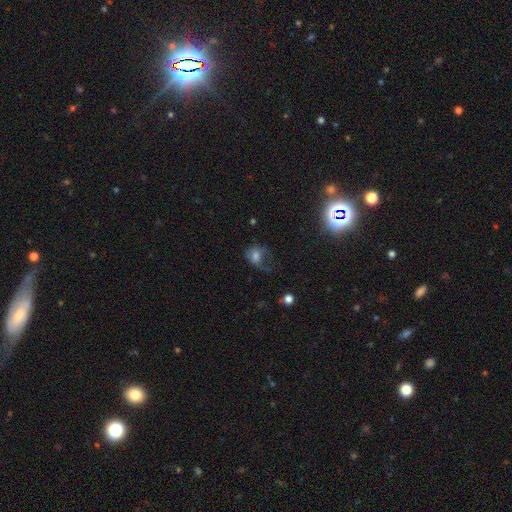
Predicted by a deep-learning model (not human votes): This is likely a smooth galaxy (63%). How rounded: possibly round (51%). Merging: possibly major disturbance (47%).